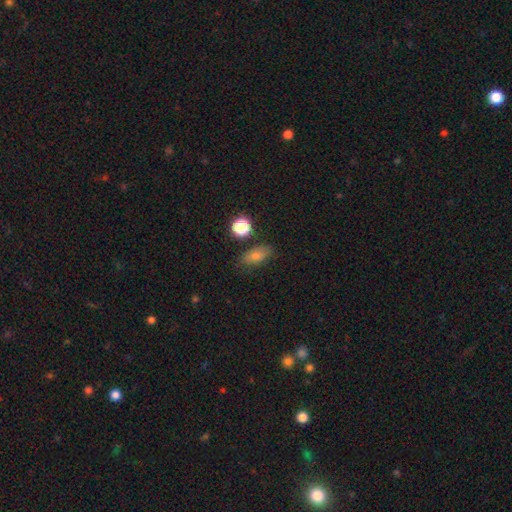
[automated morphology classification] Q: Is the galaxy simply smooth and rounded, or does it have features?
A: smooth — 72%.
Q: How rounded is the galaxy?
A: in between — 75%.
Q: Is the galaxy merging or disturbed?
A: none — 77%.